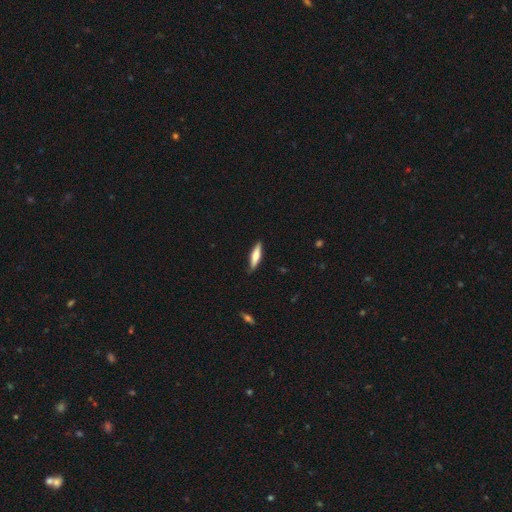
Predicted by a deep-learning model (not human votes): Q: Smooth or featured?
A: smooth (61%); runner-up: featured or disk (34%)
Q: How rounded?
A: cigar-shaped (73%); runner-up: in between (26%)
Q: Merging?
A: none (83%); runner-up: minor disturbance (14%)